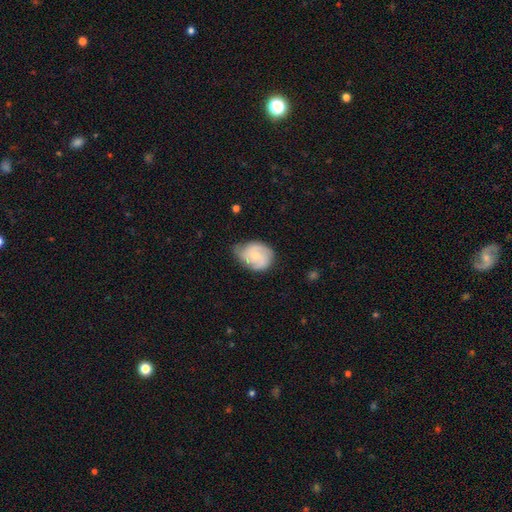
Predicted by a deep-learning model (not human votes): This appears to be a featured or disk galaxy (54%) with no bar (74%), spiral arms (82%) and a small central bulge (49%). Merging: none (48%).